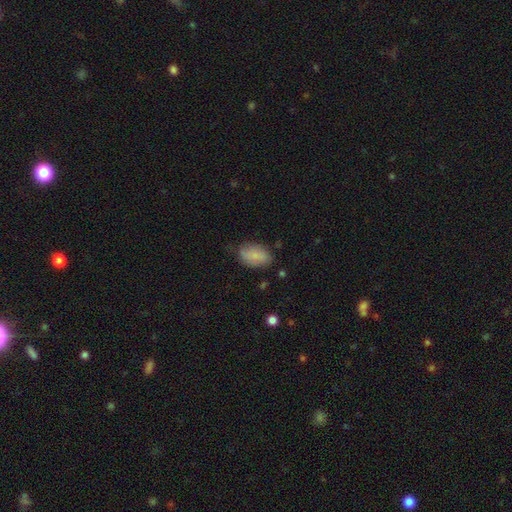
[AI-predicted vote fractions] smooth_or_featured: smooth (p=0.82) [alt: featured or disk p=0.11]
how_rounded: in between (p=0.91) [alt: round p=0.07]
merging: none (p=0.69) [alt: minor disturbance p=0.23]